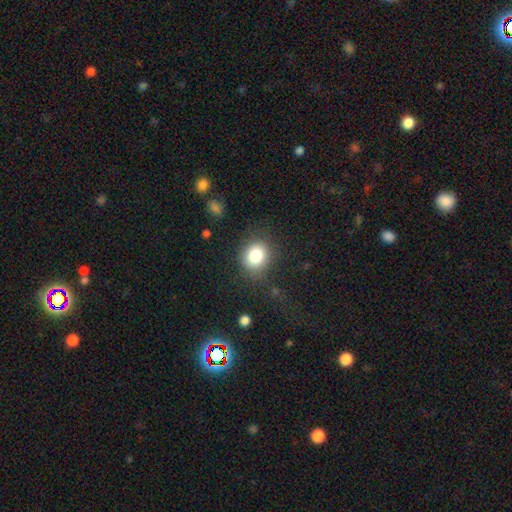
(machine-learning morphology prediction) This appears to be a smooth galaxy with no disk features (82%) that is round (71%). Merging: none (83%).